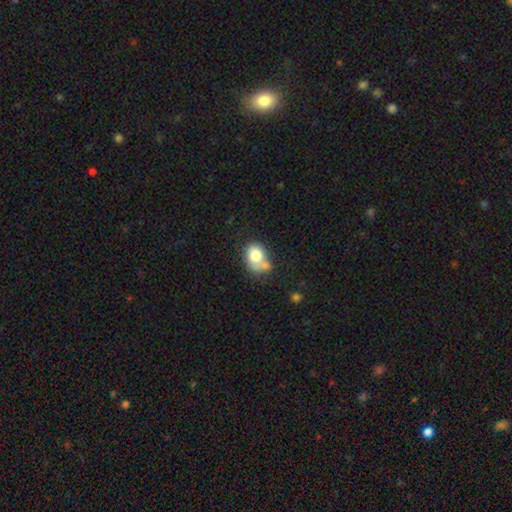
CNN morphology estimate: A smooth galaxy with no disk features (76%) that is in between round and cigar-shaped (56%).

Vote fractions:
- Smooth or featured? smooth: 76% / featured or disk: 15% / star or artifact: 9%
- How rounded? in between: 56% / round: 43% / cigar-shaped: 1%
- Merging? none: 37% / merger: 31% / minor disturbance: 22% / major disturbance: 10%